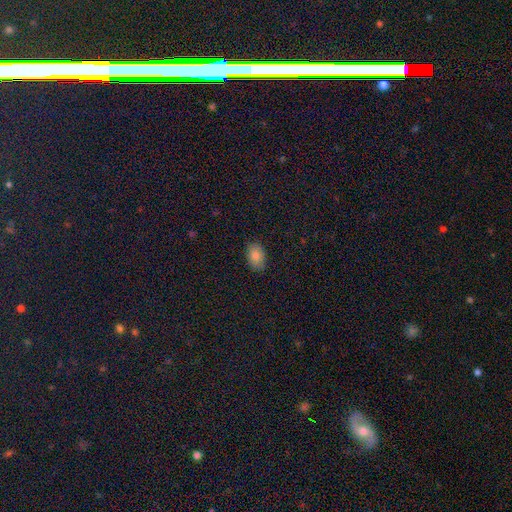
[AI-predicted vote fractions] smooth 85%, star or artifact 9%, featured or disk 6%. Down the decision tree: how rounded — in between (88%); merging — none (86%).